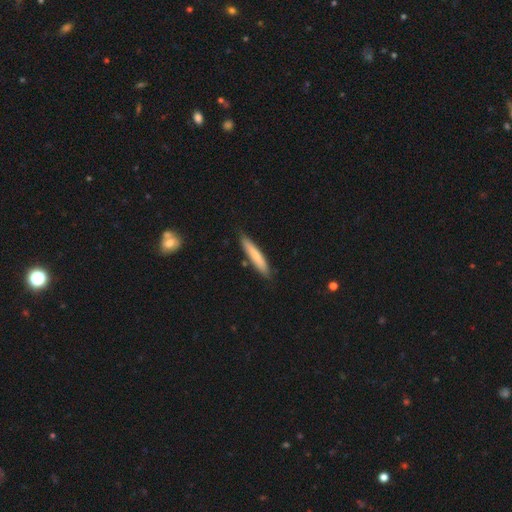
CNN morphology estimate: smooth 73%, featured or disk 21%, star or artifact 6%. Down the decision tree: how rounded — cigar-shaped (91%); merging — none (84%).